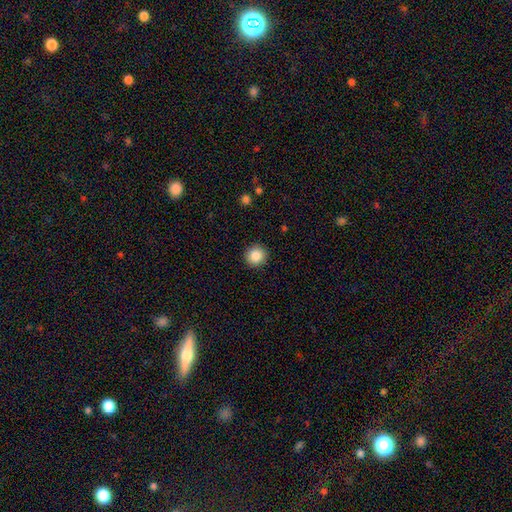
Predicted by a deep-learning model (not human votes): Smooth or featured?
  - smooth: 86% *
  - star or artifact: 9%
  - featured or disk: 5%
How rounded?
  - round: 93% *
  - in between: 6%
  - cigar-shaped: 1%
Merging?
  - none: 91% *
  - minor disturbance: 6%
  - major disturbance: 2%
  - merger: 1%